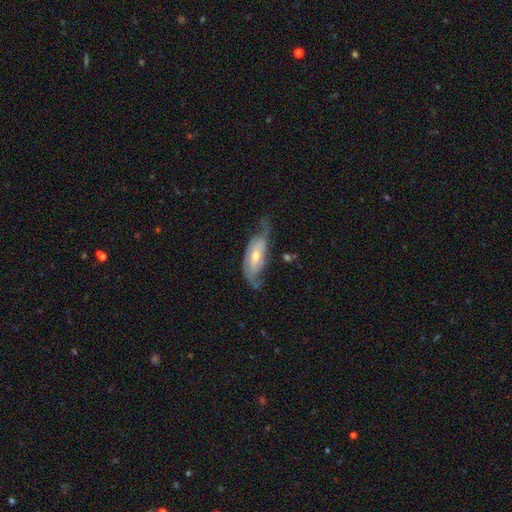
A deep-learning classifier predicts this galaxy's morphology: smooth-or-featured: featured or disk: 74% | smooth: 21% | star or artifact: 5%
  disk-edge-on: no: 89% | yes: 11%
    bar: no: 52% | weak: 36% | strong: 13%
    has-spiral-arms: yes: 91% | no: 9%
      spiral-winding: medium: 41% | tight: 33% | loose: 26%
      spiral-arm-count: 2: 71% | can't tell: 15% | 1: 7% | 3: 4% | 4: 1% | more than 4: 1%
    bulge-size: moderate: 54% | small: 38% | large: 5% | none: 2% | dominant: 1%
  merging: none: 54% | minor disturbance: 26% | major disturbance: 17% | merger: 2%